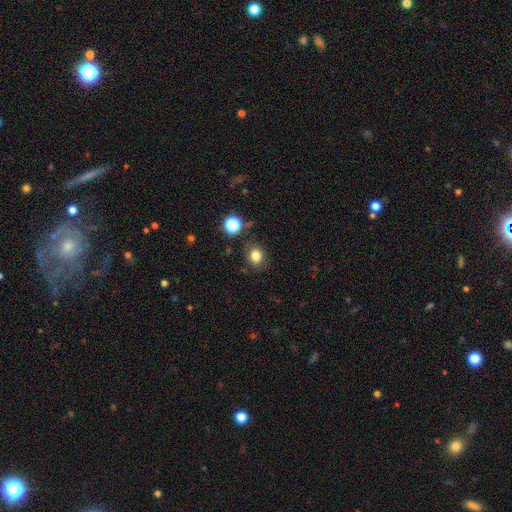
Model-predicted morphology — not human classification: This is likely a smooth galaxy (80%). How rounded: possibly round (56%). Merging: clearly none (80%).